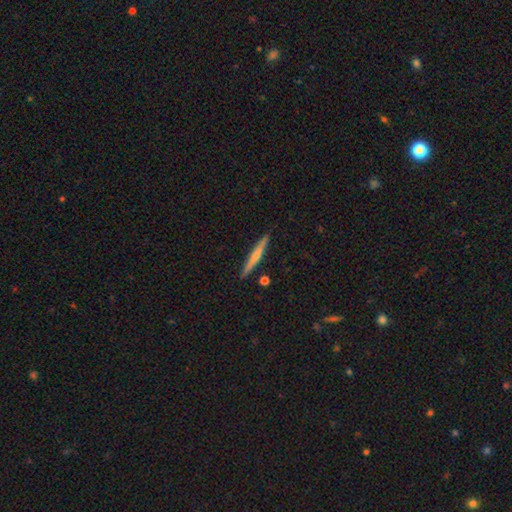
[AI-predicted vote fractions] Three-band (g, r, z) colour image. It shows a featured or disk galaxy (50%) viewed edge-on (97%). Merging: none (90%).